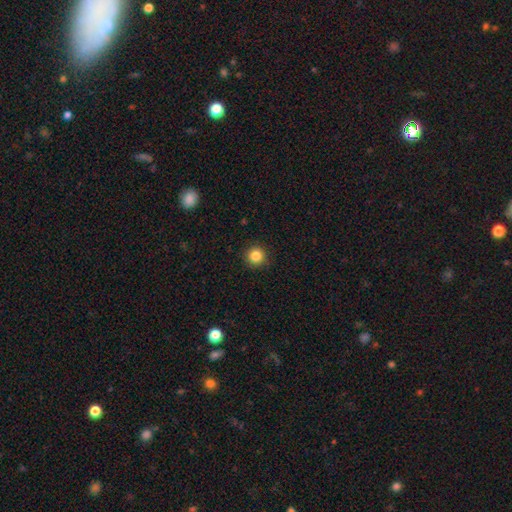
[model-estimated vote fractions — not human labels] Morphology: type=smooth (84%); roundness=round (95%); merging=none (92%).